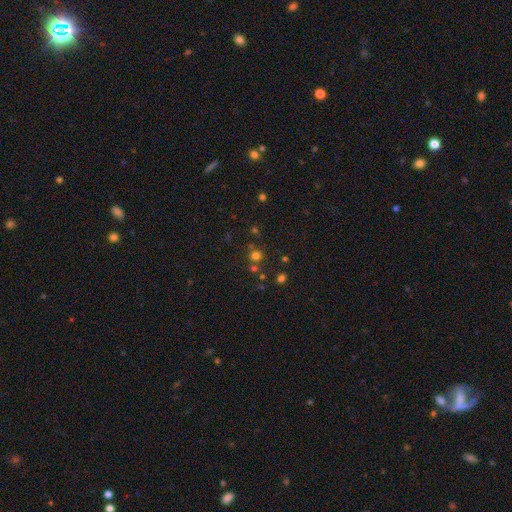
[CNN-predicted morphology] Smooth or featured?
  - smooth: 64% *
  - star or artifact: 28%
  - featured or disk: 8%
How rounded?
  - round: 91% *
  - in between: 8%
  - cigar-shaped: 1%
Merging?
  - none: 73% *
  - merger: 16%
  - minor disturbance: 8%
  - major disturbance: 3%